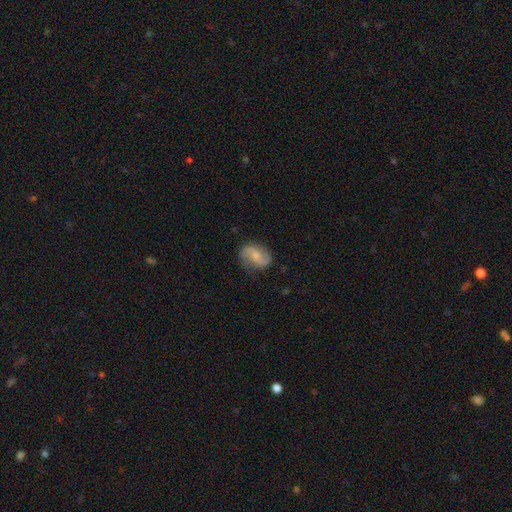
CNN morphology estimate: This appears to be a featured or disk galaxy (73%) with a weak bar (47%), 2 (91%) loose (47%) spiral arms (95%) and a small central bulge (43%). Merging: none (79%).